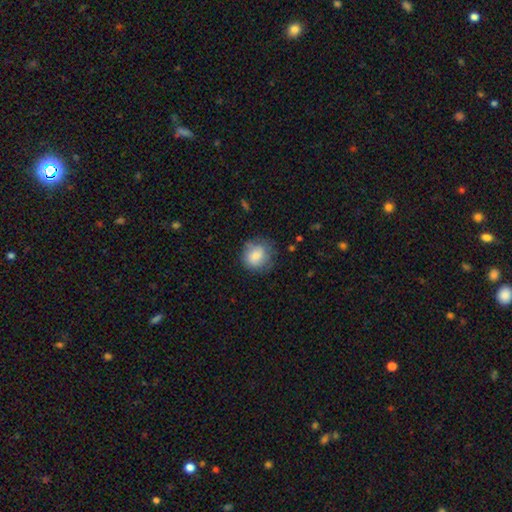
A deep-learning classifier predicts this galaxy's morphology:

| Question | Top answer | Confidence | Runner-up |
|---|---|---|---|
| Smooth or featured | smooth | 78% | featured or disk (15%) |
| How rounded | round | 84% | in between (15%) |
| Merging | none | 70% | minor disturbance (21%) |